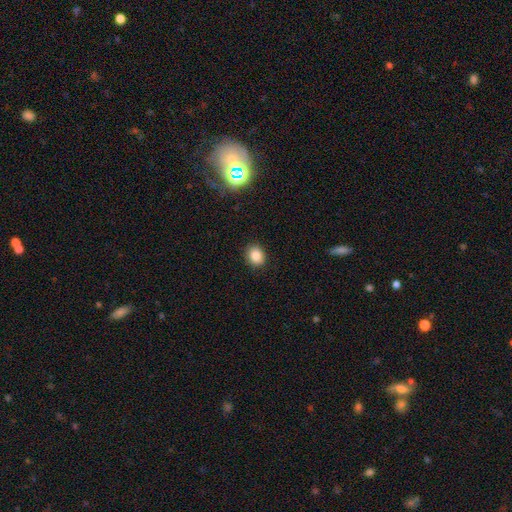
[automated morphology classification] Smooth or featured?
  - smooth: 85% *
  - star or artifact: 11%
  - featured or disk: 4%
How rounded?
  - round: 60% *
  - in between: 39%
  - cigar-shaped: 1%
Merging?
  - none: 89% *
  - minor disturbance: 7%
  - major disturbance: 2%
  - merger: 1%